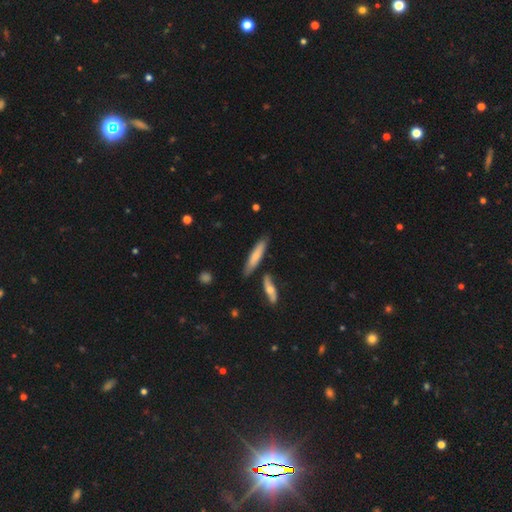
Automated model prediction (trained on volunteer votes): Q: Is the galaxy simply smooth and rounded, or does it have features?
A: smooth — 71%.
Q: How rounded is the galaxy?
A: cigar-shaped — 83%.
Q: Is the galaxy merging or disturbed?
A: none — 78%.